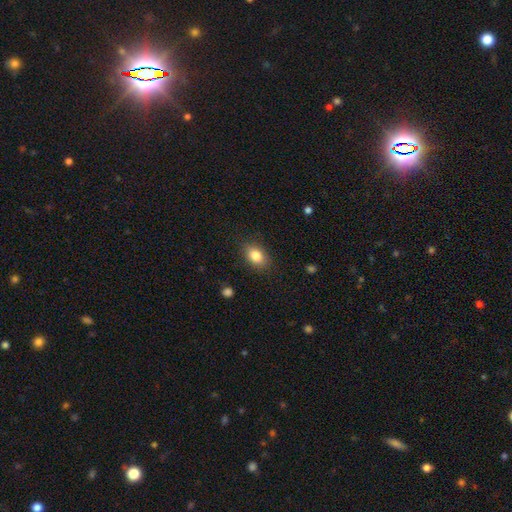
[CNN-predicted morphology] Smooth or featured: smooth — 83% (star or artifact — 9%)
How rounded: in between — 79% (round — 19%)
Merging: none — 85% (minor disturbance — 11%)